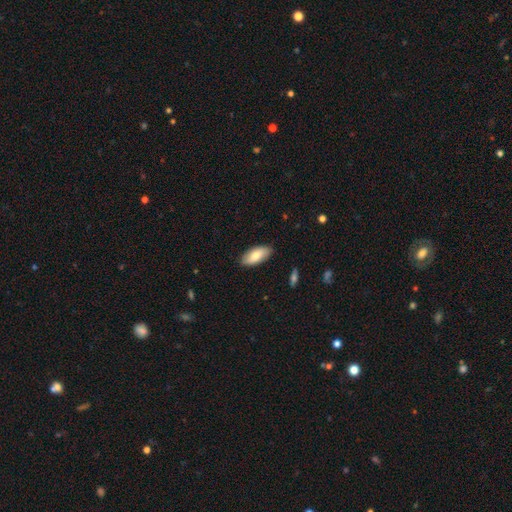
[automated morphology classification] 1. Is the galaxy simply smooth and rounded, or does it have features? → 78% smooth, 16% featured or disk, 6% star or artifact.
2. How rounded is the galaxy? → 89% in between, 9% cigar-shaped, 2% round.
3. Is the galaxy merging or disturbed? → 86% none, 11% minor disturbance, 2% major disturbance, 1% merger.